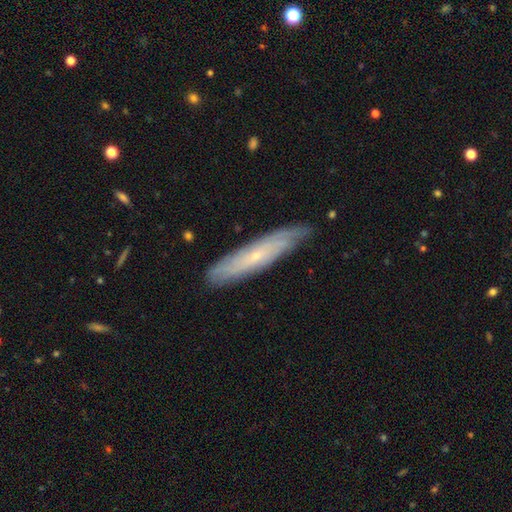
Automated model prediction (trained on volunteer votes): smooth-or-featured: featured or disk: 58% | smooth: 35% | star or artifact: 7%
  disk-edge-on: yes: 57% | no: 43%
  merging: none: 81% | minor disturbance: 16% | major disturbance: 2% | merger: 1%